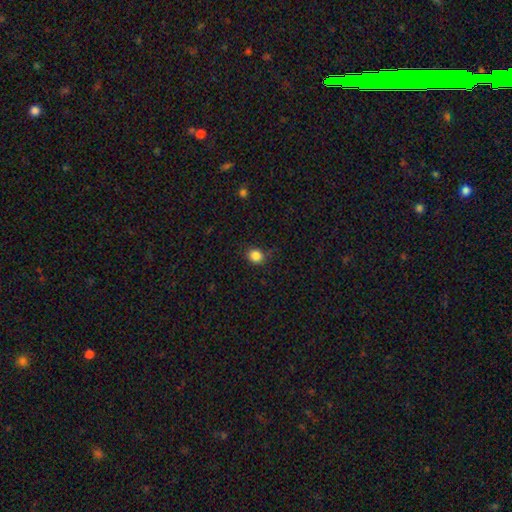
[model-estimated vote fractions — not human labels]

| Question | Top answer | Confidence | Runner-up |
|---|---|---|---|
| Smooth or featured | smooth | 85% | star or artifact (11%) |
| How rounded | round | 72% | in between (27%) |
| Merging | none | 78% | minor disturbance (17%) |